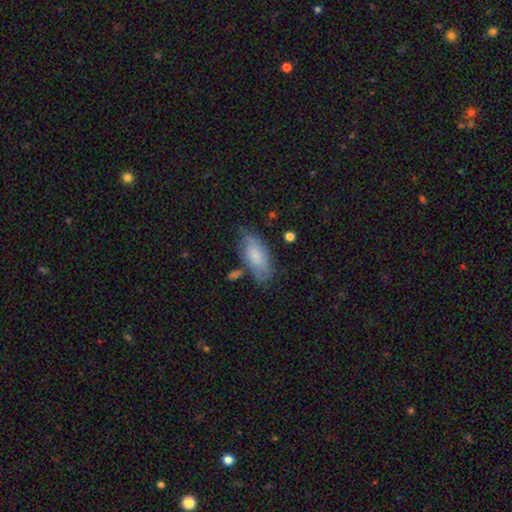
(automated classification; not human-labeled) Smooth or featured? smooth (75%)
How rounded? in between (87%)
Merging? none (60%)